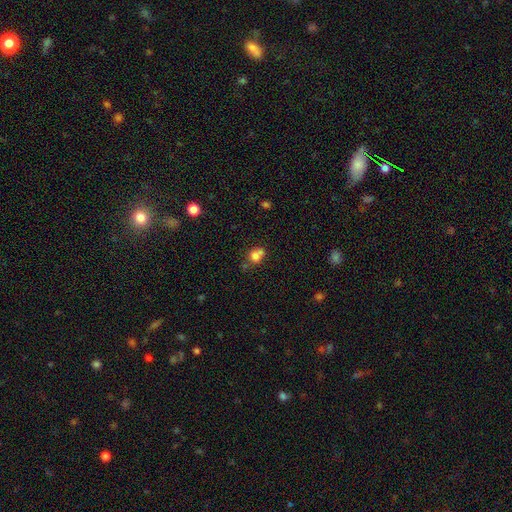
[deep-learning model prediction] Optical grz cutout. It shows a smooth galaxy with no disk features (74%) that is round (70%). Merging: merger (42%).